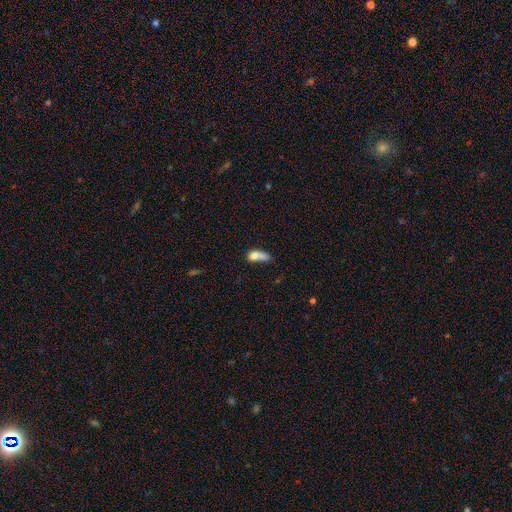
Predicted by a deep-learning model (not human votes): Morphology: type=smooth (72%); roundness=in between (70%); merging=major disturbance (33%).